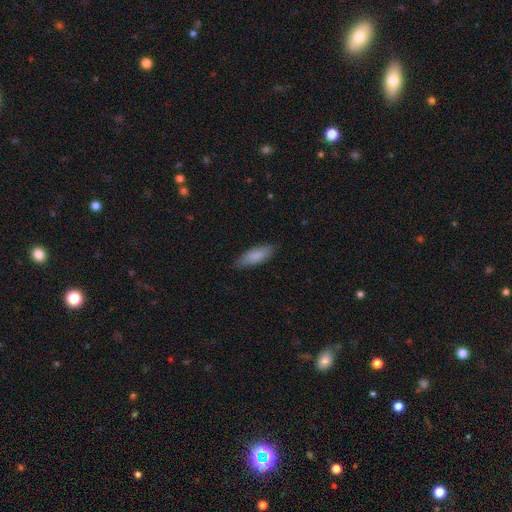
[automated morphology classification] A smooth galaxy with no disk features (85%) that is in between round and cigar-shaped (64%).

Vote fractions:
- Smooth or featured? smooth: 85% / featured or disk: 9% / star or artifact: 6%
- How rounded? in between: 64% / cigar-shaped: 34% / round: 2%
- Merging? none: 80% / minor disturbance: 16% / major disturbance: 3% / merger: 1%